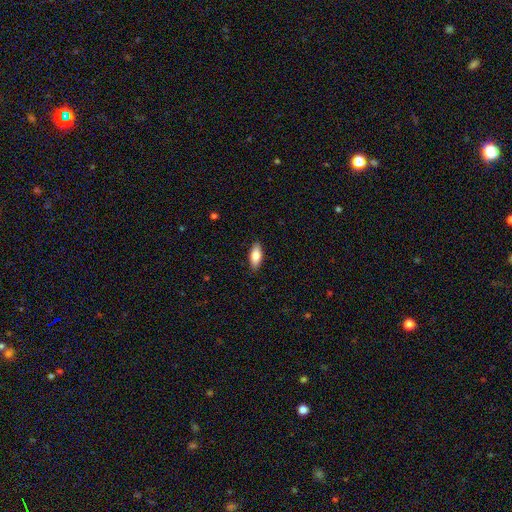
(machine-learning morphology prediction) Q: Smooth or featured?
A: smooth (82%); runner-up: featured or disk (12%)
Q: How rounded?
A: in between (80%); runner-up: cigar-shaped (18%)
Q: Merging?
A: none (88%); runner-up: minor disturbance (9%)